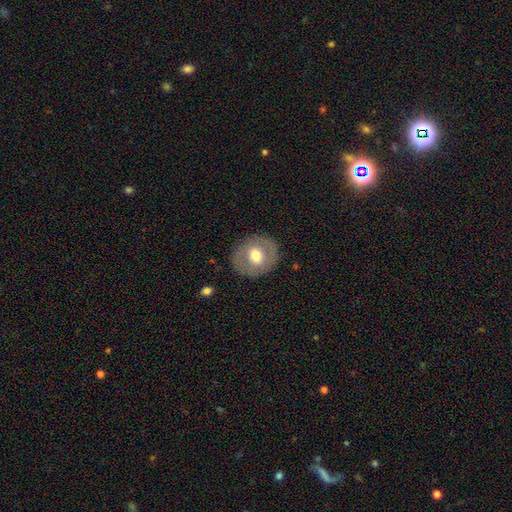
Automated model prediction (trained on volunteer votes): Smooth or featured? Predicted: smooth (p=0.55). How rounded? Predicted: round (p=0.78). Merging? Predicted: none (p=0.86).